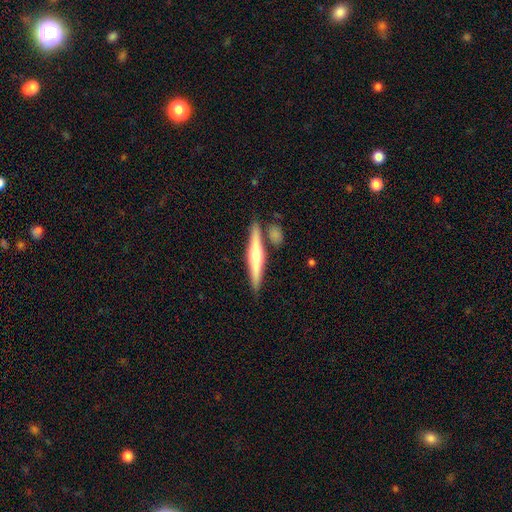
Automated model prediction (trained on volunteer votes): Morphology: type=featured or disk (57%); edge-on=yes (96%); edge-on bulge=rounded (83%); merging=none (79%).